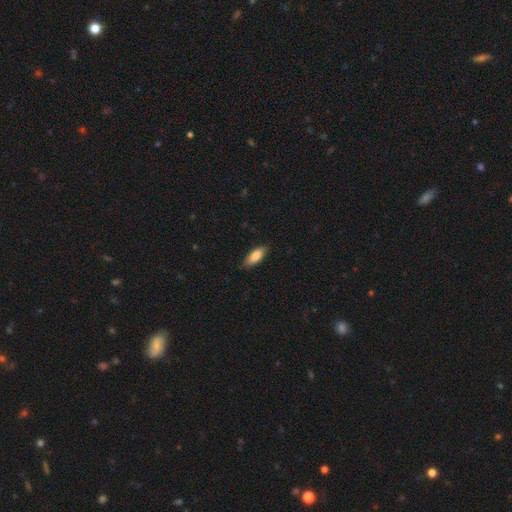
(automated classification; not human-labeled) A smooth galaxy with no disk features (82%) that is in between round and cigar-shaped (75%).

Vote fractions:
- Smooth or featured? smooth: 82% / featured or disk: 12% / star or artifact: 6%
- How rounded? in between: 75% / cigar-shaped: 23% / round: 2%
- Merging? none: 83% / minor disturbance: 14% / major disturbance: 2% / merger: 1%